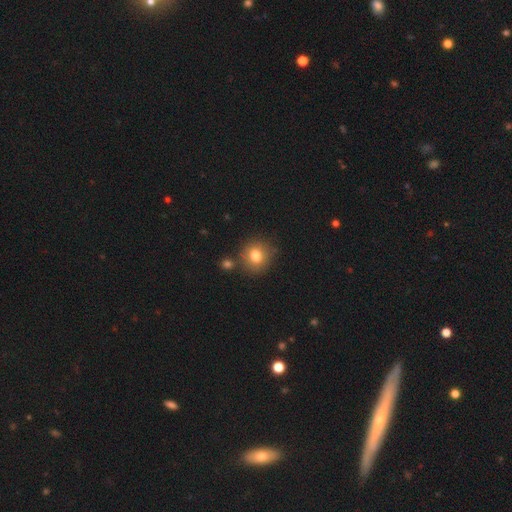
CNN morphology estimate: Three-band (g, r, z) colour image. It shows a smooth galaxy with no disk features (79%) that is round (85%). Merging: none (79%).